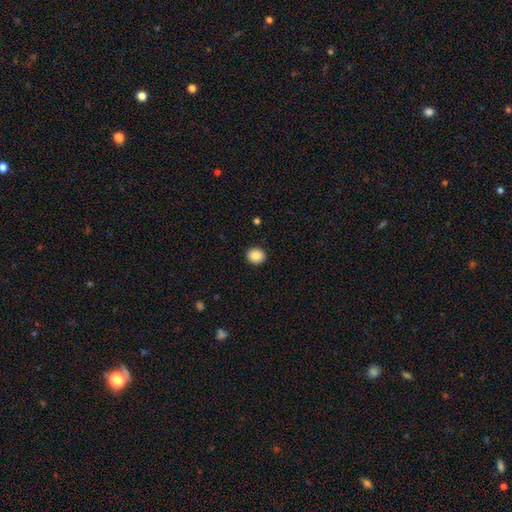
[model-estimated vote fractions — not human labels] smooth-or-featured: smooth: 87% | star or artifact: 9% | featured or disk: 5%
  how-rounded: round: 81% | in between: 18% | cigar-shaped: 1%
  merging: none: 92% | minor disturbance: 5% | major disturbance: 2% | merger: 1%